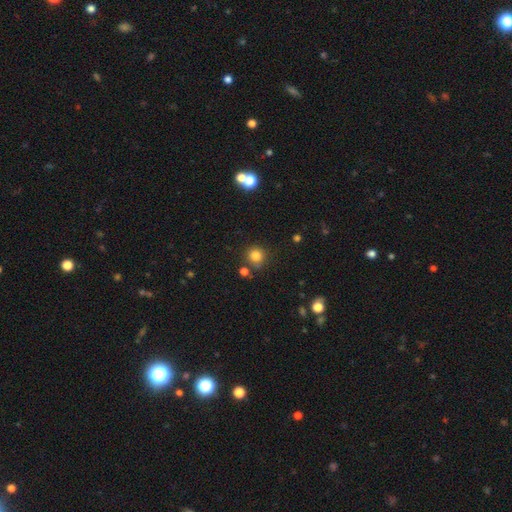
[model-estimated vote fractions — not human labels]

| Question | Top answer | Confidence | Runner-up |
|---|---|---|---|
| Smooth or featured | smooth | 81% | star or artifact (13%) |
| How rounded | round | 92% | in between (7%) |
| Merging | none | 79% | minor disturbance (10%) |